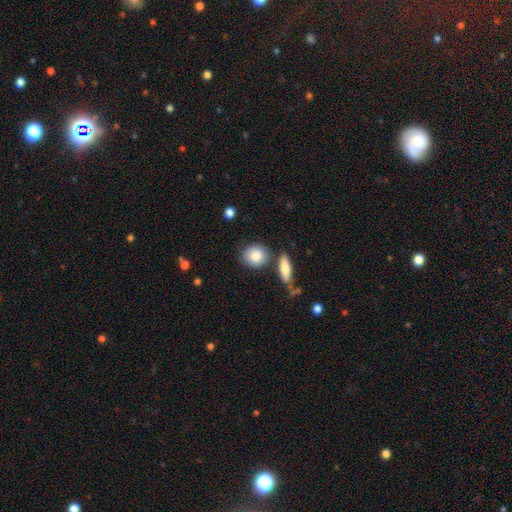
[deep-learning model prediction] smooth_or_featured: smooth (p=0.83) [alt: featured or disk p=0.10]
how_rounded: round (p=0.67) [alt: in between p=0.30]
merging: none (p=0.73) [alt: merger p=0.12]